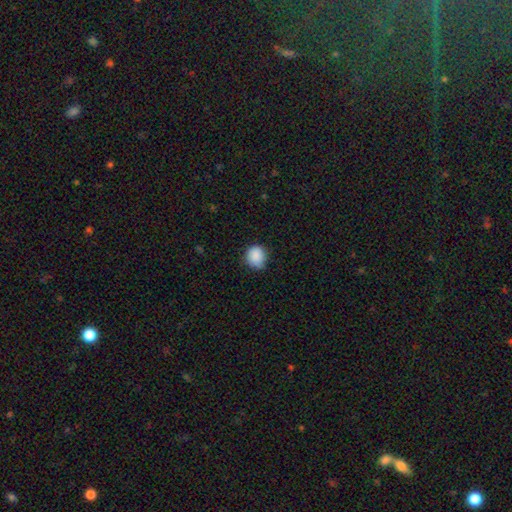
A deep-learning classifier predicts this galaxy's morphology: smooth 88%, star or artifact 8%, featured or disk 4%. Down the decision tree: how rounded — round (79%); merging — none (73%).